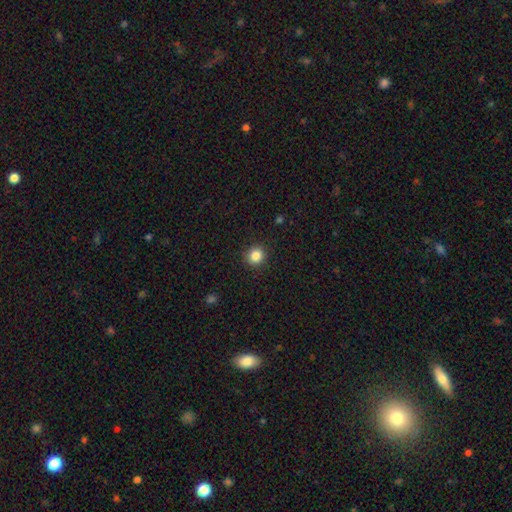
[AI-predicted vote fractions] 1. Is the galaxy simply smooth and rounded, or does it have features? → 85% smooth, 11% star or artifact, 4% featured or disk.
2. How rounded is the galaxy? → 90% round, 9% in between, 1% cigar-shaped.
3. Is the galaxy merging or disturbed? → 91% none, 6% minor disturbance, 2% major disturbance, 1% merger.